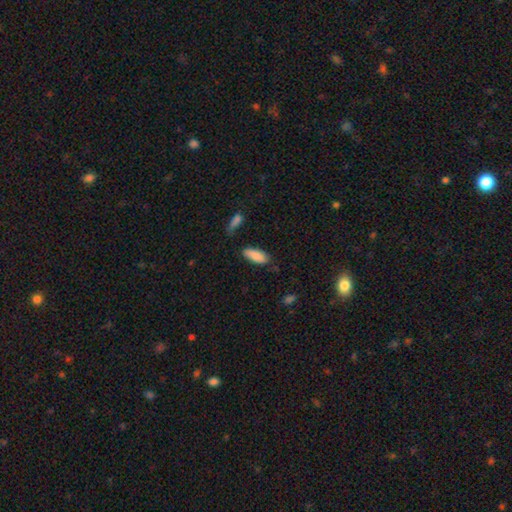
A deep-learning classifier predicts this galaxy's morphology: Smooth or featured? Predicted: smooth (p=0.88). How rounded? Predicted: in between (p=0.76). Merging? Predicted: none (p=0.75).